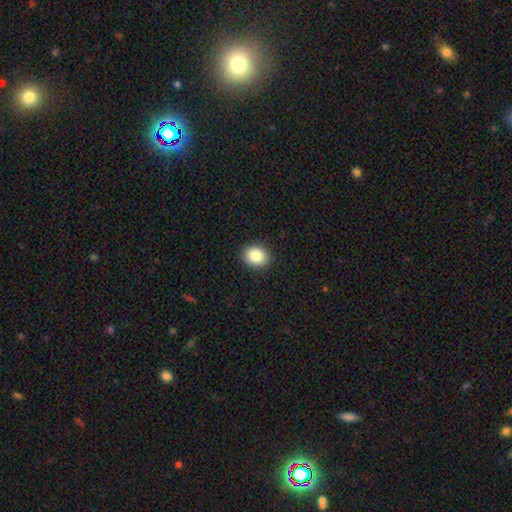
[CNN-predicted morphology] A smooth galaxy with no disk features (87%) that is round (54%). Merging: none (91%).